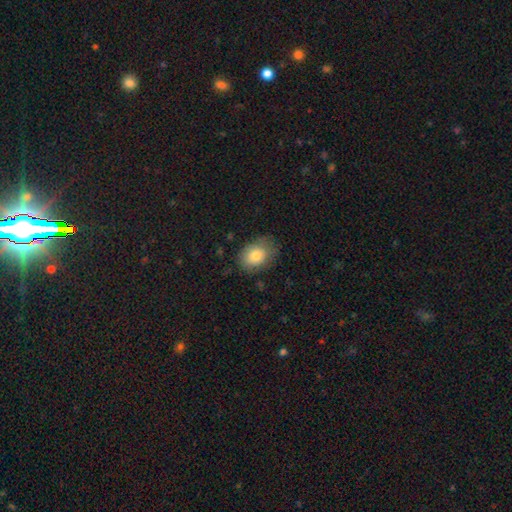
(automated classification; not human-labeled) This appears to be a smooth galaxy with no disk features (81%) that is in between round and cigar-shaped (71%). Merging: none (72%).